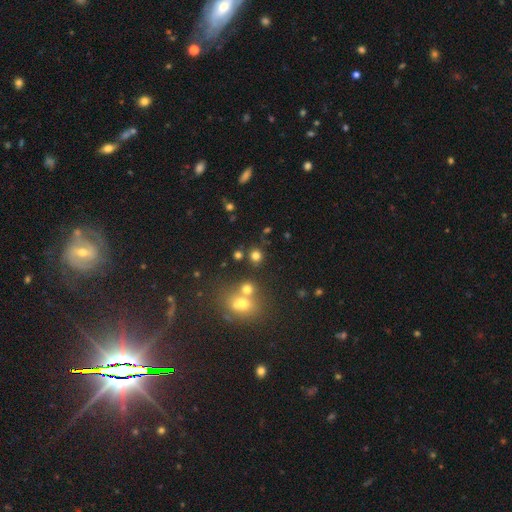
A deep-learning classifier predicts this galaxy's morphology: The model was most divided on "smooth or featured": smooth: 73%, star or artifact: 20%, featured or disk: 7%. More confident: how rounded — round (87%); merging — none (75%).